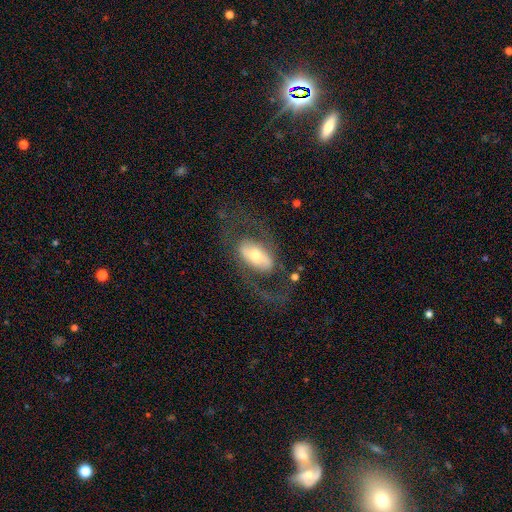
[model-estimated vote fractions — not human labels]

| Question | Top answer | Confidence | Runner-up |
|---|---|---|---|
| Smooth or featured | featured or disk | 71% | smooth (23%) |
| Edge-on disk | no | 91% | yes (9%) |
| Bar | no | 39% | strong (31%) |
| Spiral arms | yes | 69% | no (31%) |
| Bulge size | moderate | 56% | small (29%) |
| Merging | none | 62% | major disturbance (21%) |